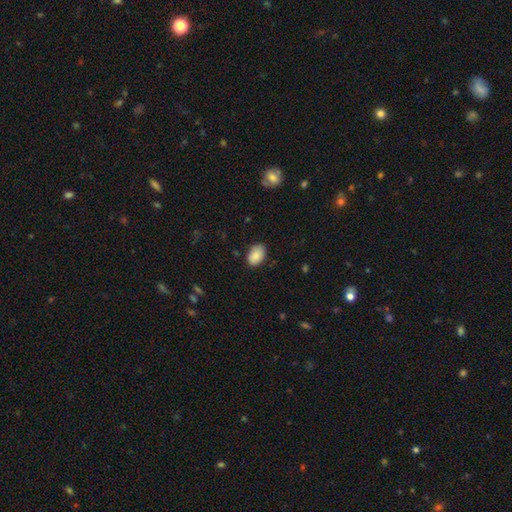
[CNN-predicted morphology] Smooth or featured? smooth (87%)
How rounded? in between (89%)
Merging? none (82%)